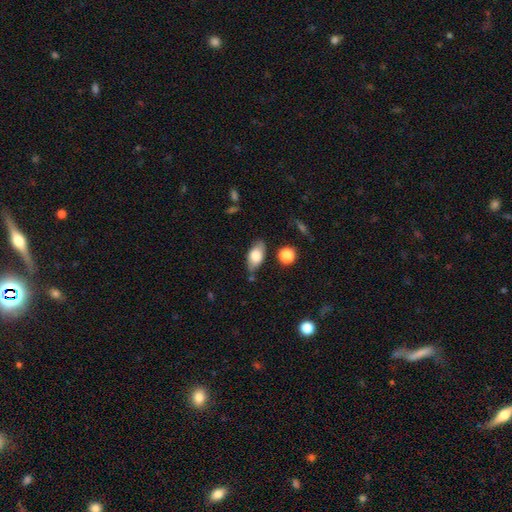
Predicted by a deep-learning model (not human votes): Smooth or featured? Predicted: smooth (p=0.73). How rounded? Predicted: in between (p=0.89). Merging? Predicted: none (p=0.74).